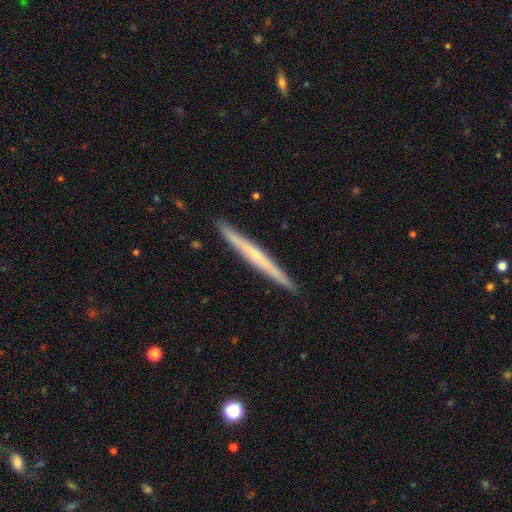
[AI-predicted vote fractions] smooth-or-featured: featured or disk: 62% | smooth: 32% | star or artifact: 6%
  disk-edge-on: yes: 98% | no: 2%
    edge-on-bulge: none: 55% | rounded: 41% | boxy: 4%
  merging: none: 92% | minor disturbance: 5% | major disturbance: 1% | merger: 1%